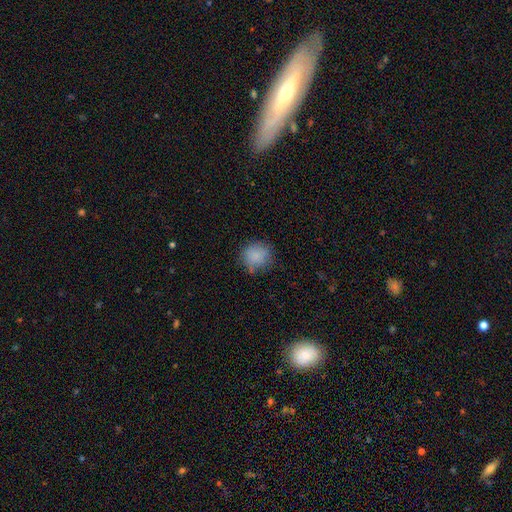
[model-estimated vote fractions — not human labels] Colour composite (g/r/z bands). It shows a smooth galaxy with no disk features (84%) that is round (83%). Merging: none (73%).